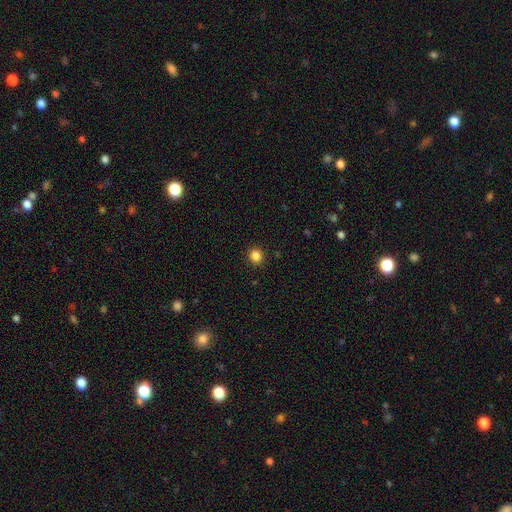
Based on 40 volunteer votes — Volunteers were most divided on "merging": none: 87%, minor disturbance: 5%, major disturbance: 5%, merger: 3%. More confident: how rounded — round (95%); smooth or featured — smooth (92%).